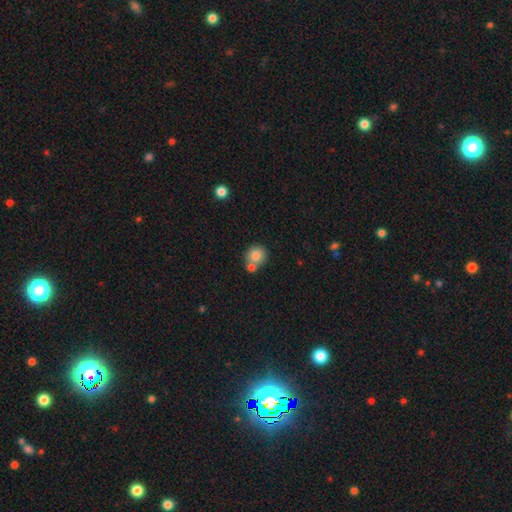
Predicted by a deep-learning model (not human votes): Morphology: type=smooth (81%); roundness=round (86%); merging=none (52%).